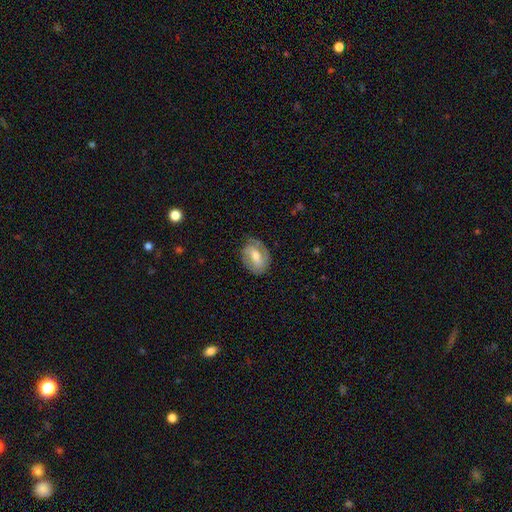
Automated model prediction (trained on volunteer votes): Smooth or featured? featured or disk (56%)
Edge-on disk? no (95%)
Bar? weak (43%)
Spiral arms? yes (69%)
Bulge size? moderate (63%)
Merging? none (73%)